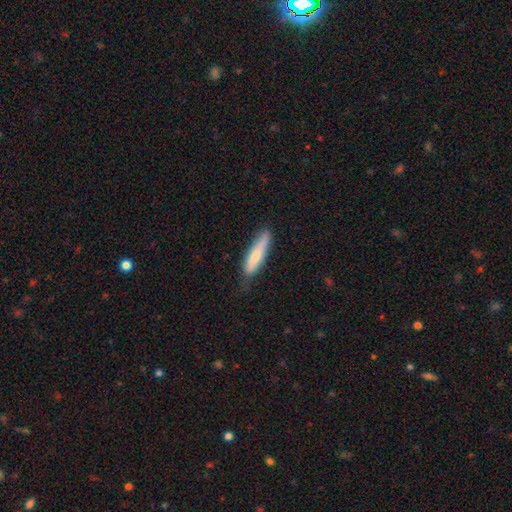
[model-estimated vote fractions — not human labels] The model was most divided on "merging": none: 71%, minor disturbance: 24%, major disturbance: 4%, merger: 1%. More confident: how rounded — cigar-shaped (79%); smooth or featured — smooth (76%).